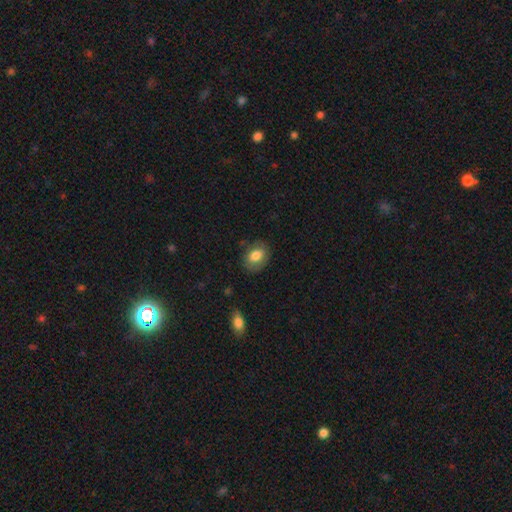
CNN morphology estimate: The model was most divided on "how rounded": in between: 75%, round: 24%, cigar-shaped: 1%. More confident: merging — none (78%); smooth or featured — smooth (78%).